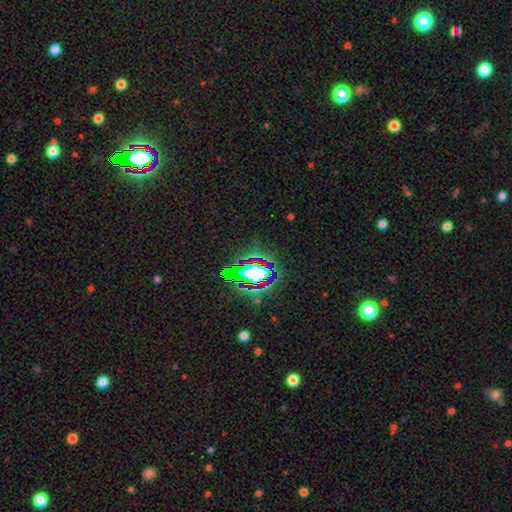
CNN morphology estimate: The model was most divided on "smooth or featured": star or artifact: 81%, smooth: 10%, featured or disk: 8%.